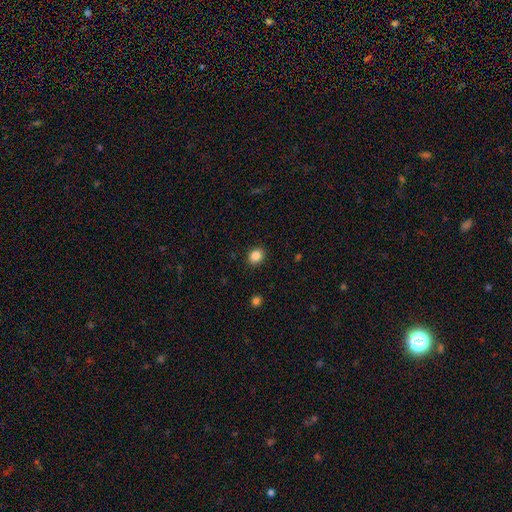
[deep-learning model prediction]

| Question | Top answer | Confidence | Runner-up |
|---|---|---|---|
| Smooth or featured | smooth | 86% | star or artifact (10%) |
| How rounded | round | 65% | in between (34%) |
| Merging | none | 90% | minor disturbance (7%) |